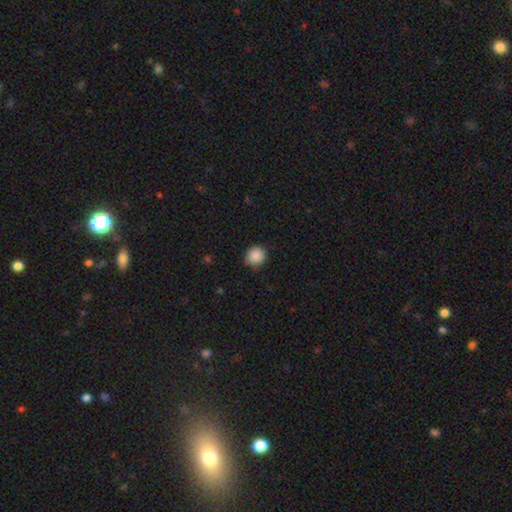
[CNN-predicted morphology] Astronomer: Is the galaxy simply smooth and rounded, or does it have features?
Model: smooth — 88%.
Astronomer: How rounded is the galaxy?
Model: round — 90%.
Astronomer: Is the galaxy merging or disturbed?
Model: none — 83%.